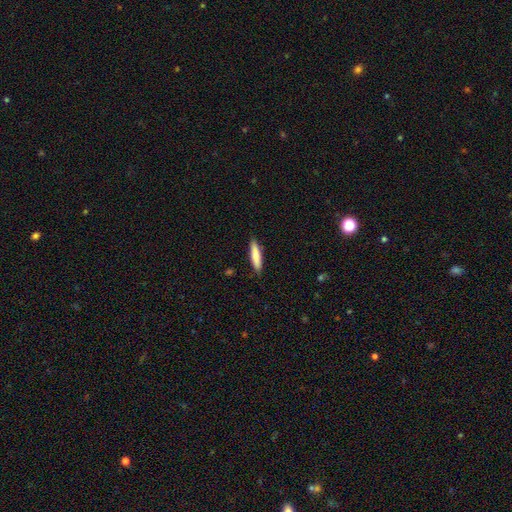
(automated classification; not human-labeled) A smooth galaxy with no disk features (78%) that is cigar-shaped (80%).

Vote fractions:
- Smooth or featured? smooth: 78% / featured or disk: 16% / star or artifact: 5%
- How rounded? cigar-shaped: 80% / in between: 19% / round: 1%
- Merging? none: 88% / minor disturbance: 9% / major disturbance: 2% / merger: 1%